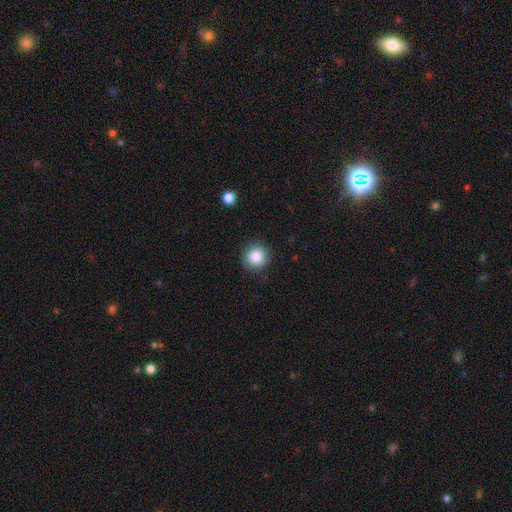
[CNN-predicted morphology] Q: Smooth or featured?
A: smooth (85%); runner-up: star or artifact (9%)
Q: How rounded?
A: round (93%); runner-up: in between (6%)
Q: Merging?
A: none (89%); runner-up: minor disturbance (8%)